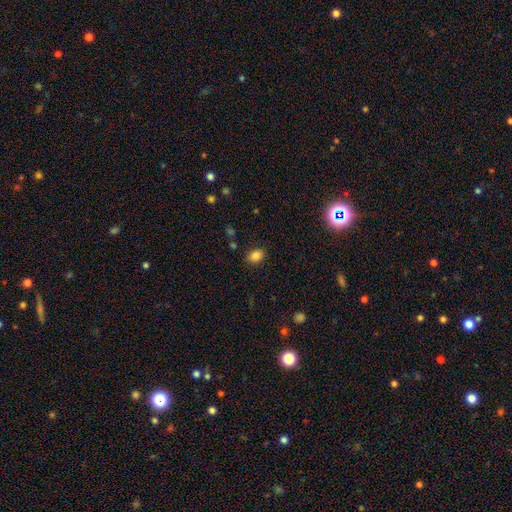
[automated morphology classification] Smooth or featured: smooth — 85% (star or artifact — 11%)
How rounded: in between — 74% (round — 25%)
Merging: none — 86% (minor disturbance — 10%)